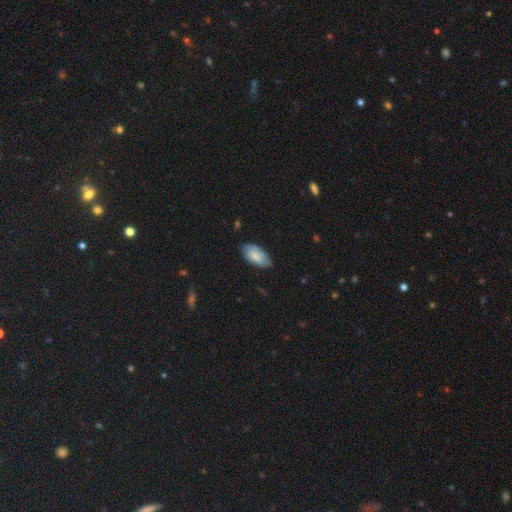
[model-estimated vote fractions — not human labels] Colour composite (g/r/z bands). It shows a smooth galaxy with no disk features (80%) that is in between round and cigar-shaped (94%). Merging: none (72%).